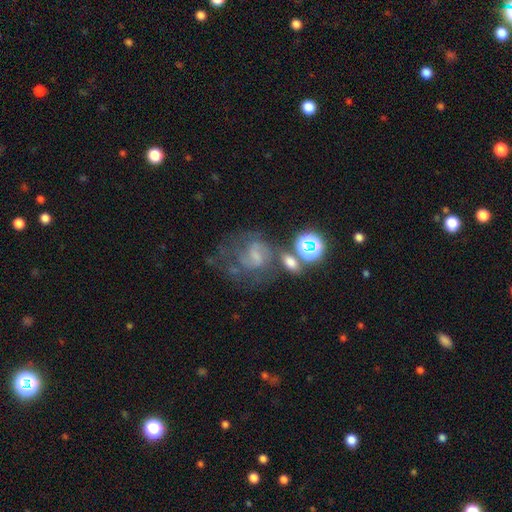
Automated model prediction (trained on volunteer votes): Overall: featured or disk (57%; smooth 22%). Edge-on disk: no (97%). Bar: weak (46%; no 35%). Spiral arms: yes (77%). Bulge size: small (39%; none 35%). Merging: none (40%; major disturbance 24%).